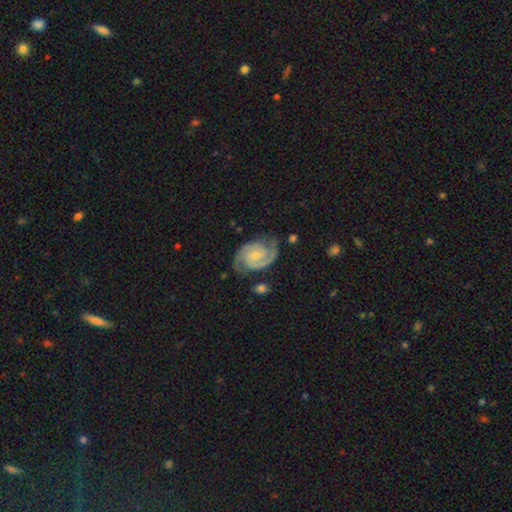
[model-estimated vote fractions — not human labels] Overall: featured or disk (90%). Edge-on disk: no (98%). Bar: no (58%; weak 33%). Spiral arms: yes (98%). Spiral arm count: 2 (89%). Spiral winding: tight (47%; medium 45%). Bulge size: small (67%). Merging: none (75%).